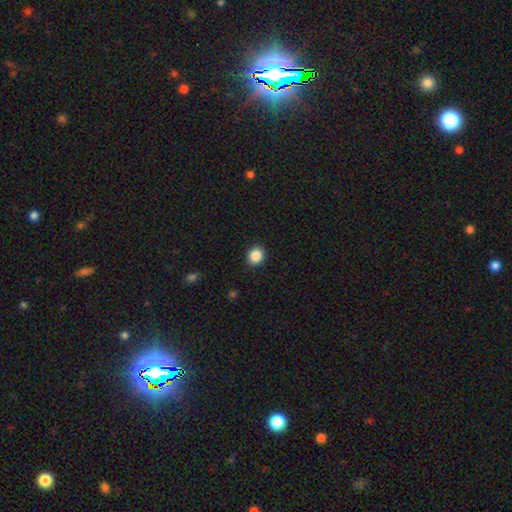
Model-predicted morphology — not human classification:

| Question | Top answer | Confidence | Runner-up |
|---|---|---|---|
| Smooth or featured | smooth | 87% | star or artifact (9%) |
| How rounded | round | 74% | in between (25%) |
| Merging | none | 91% | minor disturbance (6%) |